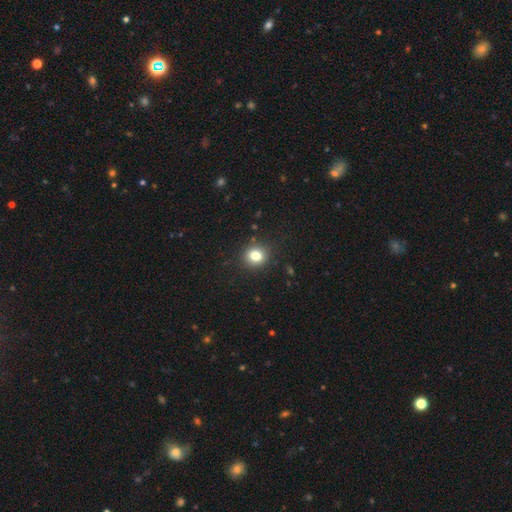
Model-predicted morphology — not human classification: Overall: smooth (80%). How rounded: round (85%). Merging: none (89%).